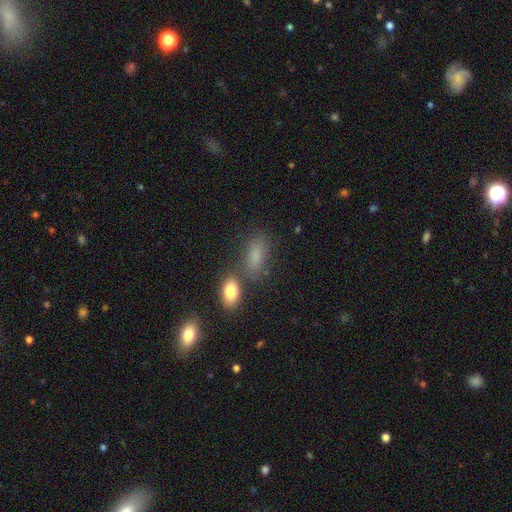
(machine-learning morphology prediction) Q: Smooth or featured?
A: smooth (79%); runner-up: star or artifact (12%)
Q: How rounded?
A: in between (83%); runner-up: cigar-shaped (10%)
Q: Merging?
A: none (63%); runner-up: merger (17%)